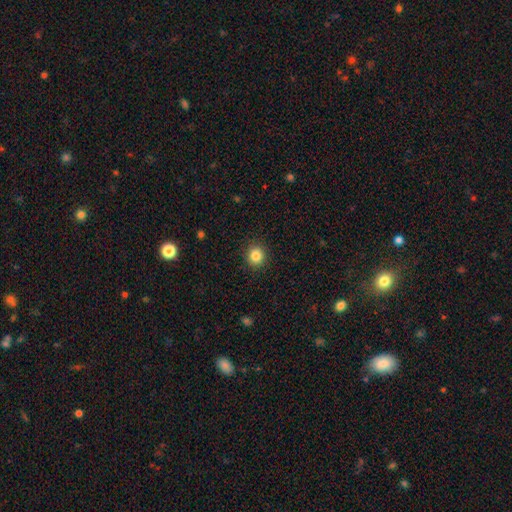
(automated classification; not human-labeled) This appears to be a smooth galaxy with no disk features (85%) that is round (90%). Merging: none (91%).